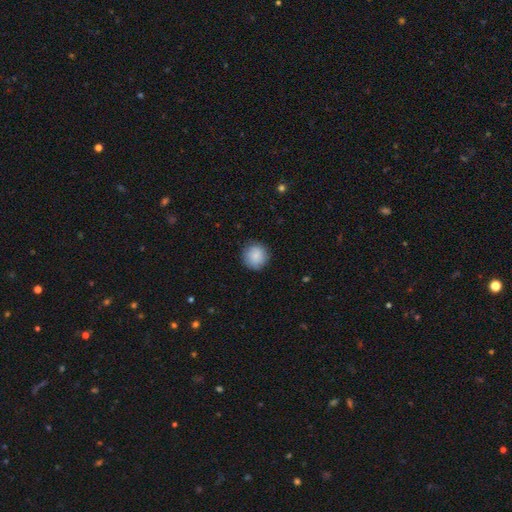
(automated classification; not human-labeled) Q: Smooth or featured?
A: smooth (85%); runner-up: featured or disk (8%)
Q: How rounded?
A: round (93%); runner-up: in between (6%)
Q: Merging?
A: none (86%); runner-up: minor disturbance (10%)